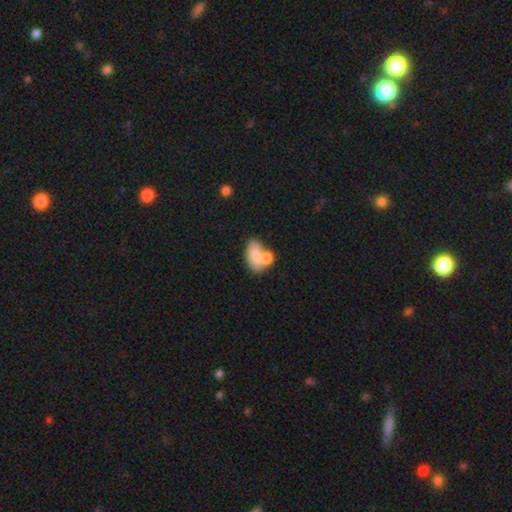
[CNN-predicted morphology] Q: Smooth or featured?
A: smooth (74%); runner-up: featured or disk (18%)
Q: How rounded?
A: in between (90%); runner-up: round (8%)
Q: Merging?
A: merger (45%); runner-up: none (33%)